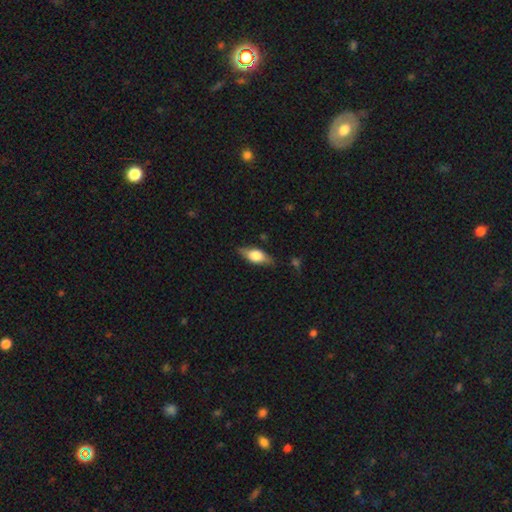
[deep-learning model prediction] A smooth galaxy with no disk features (59%) that is in between round and cigar-shaped (77%). Merging: none (79%).